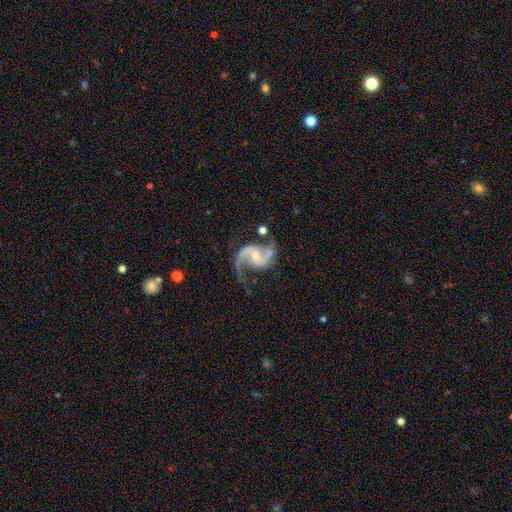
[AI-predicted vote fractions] A featured or disk galaxy (92%) with no bar (45%), 2 (93%) medium (48%) spiral arms (98%) and a moderate central bulge (52%). Merging: none (65%).